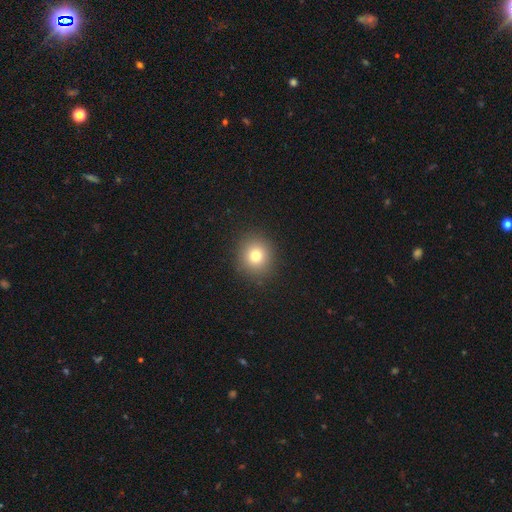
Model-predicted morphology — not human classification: smooth 78%, star or artifact 13%, featured or disk 9%. Down the decision tree: how rounded — round (87%); merging — none (90%).